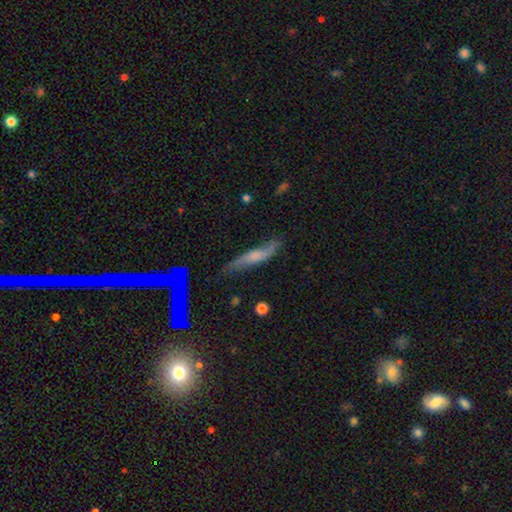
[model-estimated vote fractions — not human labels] This is possibly a featured or disk galaxy (48%). Merging: possibly none (56%).